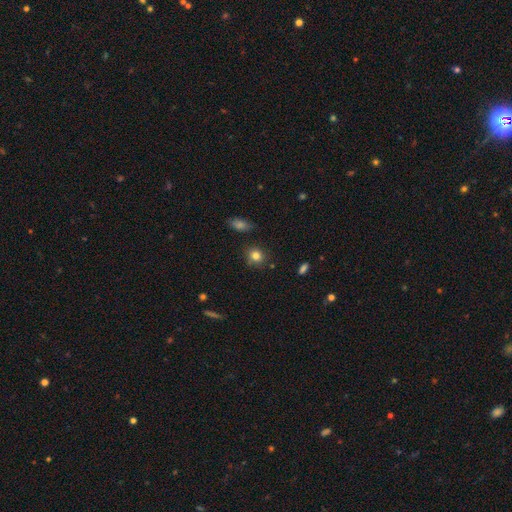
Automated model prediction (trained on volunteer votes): Morphology: type=smooth (81%); roundness=round (80%); merging=none (81%).